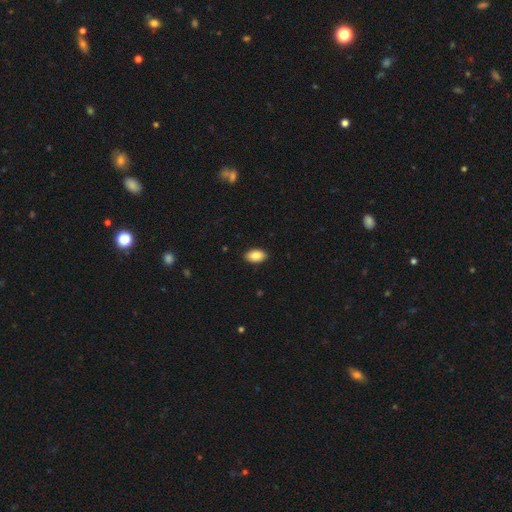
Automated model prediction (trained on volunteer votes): A smooth galaxy with no disk features (88%) that is in between round and cigar-shaped (92%).

Vote fractions:
- Smooth or featured? smooth: 88% / star or artifact: 7% / featured or disk: 5%
- How rounded? in between: 92% / round: 7% / cigar-shaped: 1%
- Merging? none: 90% / minor disturbance: 7% / major disturbance: 2% / merger: 1%